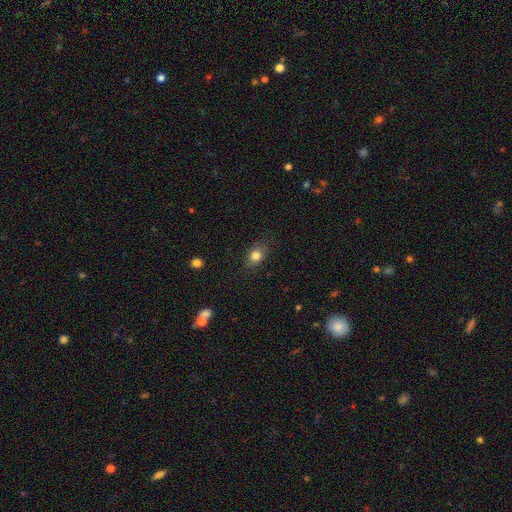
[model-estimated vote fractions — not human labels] Smooth or featured: smooth — 81% (star or artifact — 10%)
How rounded: in between — 62% (round — 35%)
Merging: none — 80% (minor disturbance — 15%)